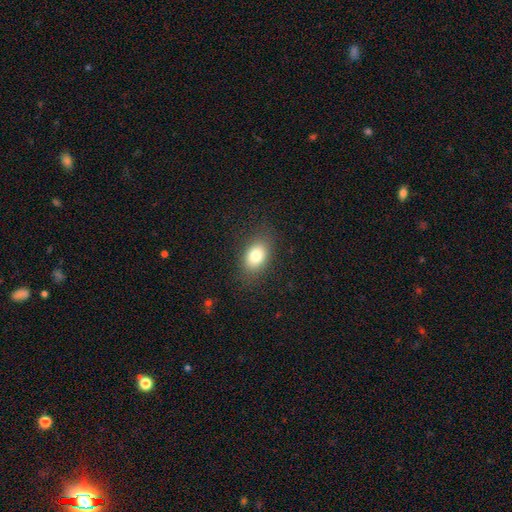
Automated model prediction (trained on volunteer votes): The model was most divided on "how rounded": in between: 79%, round: 19%, cigar-shaped: 1%. More confident: merging — none (83%); smooth or featured — smooth (79%).